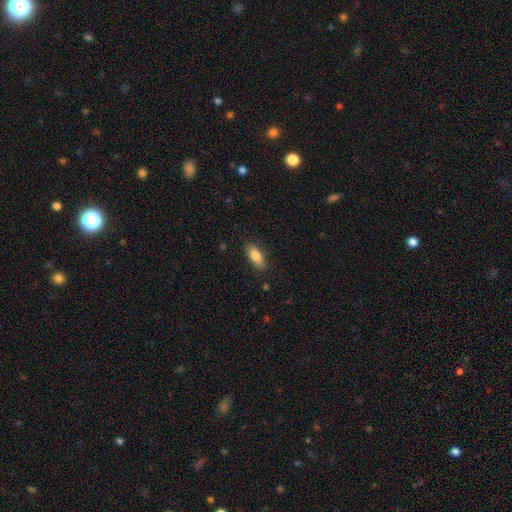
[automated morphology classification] smooth_or_featured: smooth (p=0.83) [alt: featured or disk p=0.10]
how_rounded: in between (p=0.83) [alt: cigar-shaped p=0.15]
merging: none (p=0.87) [alt: minor disturbance p=0.10]